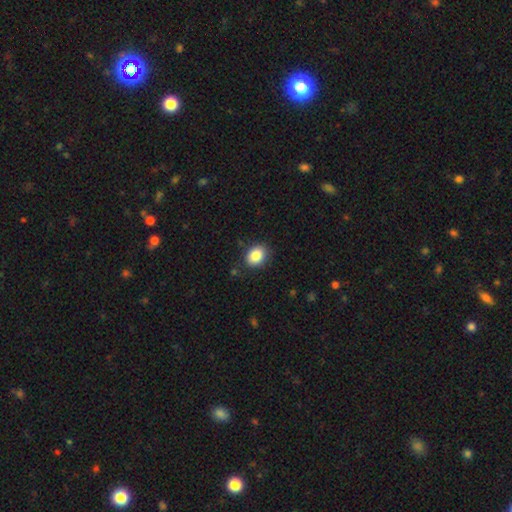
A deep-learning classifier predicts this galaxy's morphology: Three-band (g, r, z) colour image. It shows a smooth galaxy with no disk features (86%) that is in between round and cigar-shaped (57%). Merging: none (85%).